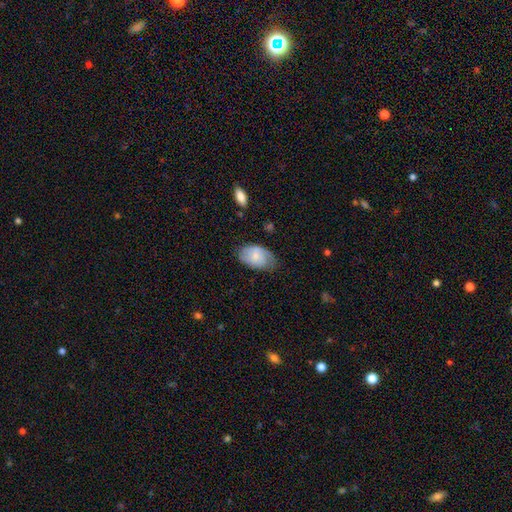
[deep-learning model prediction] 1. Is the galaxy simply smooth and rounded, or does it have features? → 57% smooth, 36% featured or disk, 7% star or artifact.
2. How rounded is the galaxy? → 90% in between, 9% round, 1% cigar-shaped.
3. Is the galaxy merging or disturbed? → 60% none, 30% minor disturbance, 9% major disturbance, 2% merger.